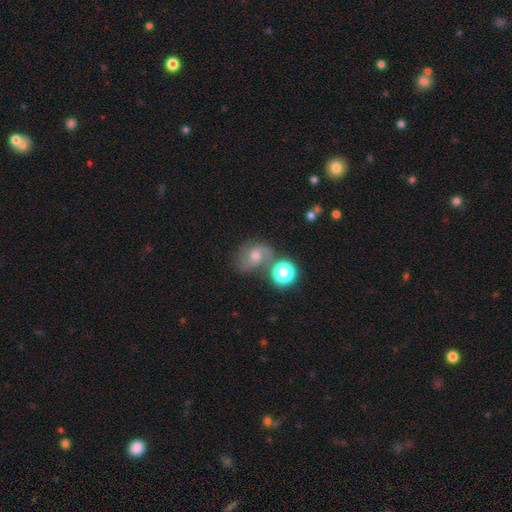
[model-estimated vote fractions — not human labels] Smooth or featured?
  - featured or disk: 61% *
  - smooth: 23%
  - star or artifact: 17%
Edge-on disk?
  - no: 97% *
  - yes: 3%
Bar?
  - no: 53% *
  - weak: 39%
  - strong: 9%
Spiral arms?
  - yes: 90% *
  - no: 10%
Spiral winding?
  - medium: 51% *
  - loose: 29%
  - tight: 21%
Spiral arm count?
  - 2: 82% *
  - can't tell: 8%
  - 1: 4%
  - 3: 2%
  - 4: 1%
  - more than 4: 1%
Bulge size?
  - moderate: 62% *
  - small: 25%
  - large: 7%
  - none: 3%
  - dominant: 2%
Merging?
  - none: 58% *
  - minor disturbance: 17%
  - merger: 15%
  - major disturbance: 9%